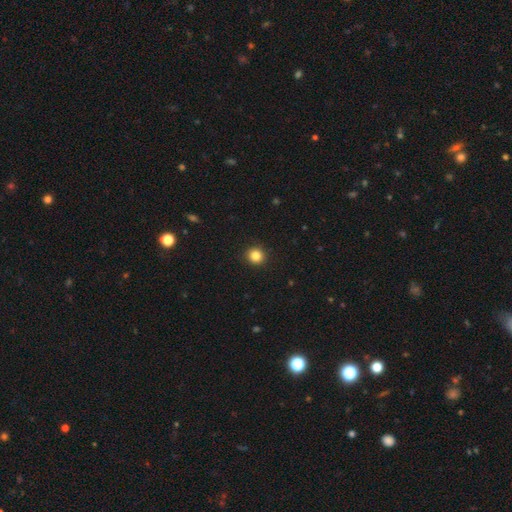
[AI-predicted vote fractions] Smooth or featured? smooth (84%)
How rounded? round (93%)
Merging? none (93%)